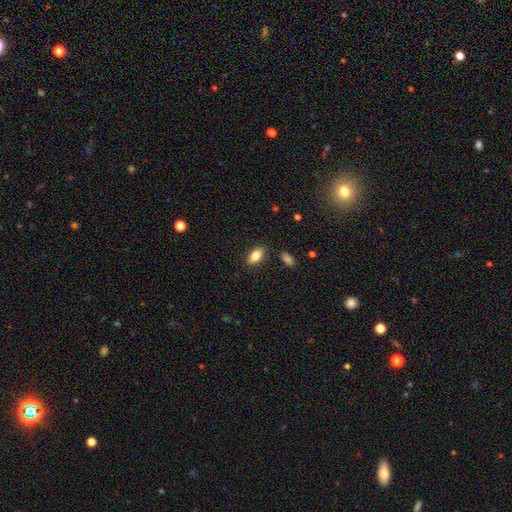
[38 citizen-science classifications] A smooth galaxy with no disk features (87%) that is in between round and cigar-shaped (88%).

Vote fractions:
- Smooth or featured? smooth: 87% / featured or disk: 11% / star or artifact: 3%
- How rounded? in between: 88% / round: 6% / cigar-shaped: 6%
- Merging? none: 86% / minor disturbance: 8% / merger: 5% / major disturbance: 0%